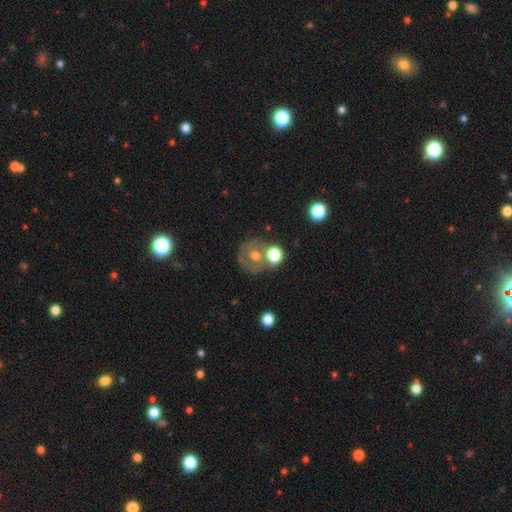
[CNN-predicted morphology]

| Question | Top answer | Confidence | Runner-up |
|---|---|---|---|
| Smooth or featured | smooth | 47% | featured or disk (39%) |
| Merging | none | 53% | merger (24%) |